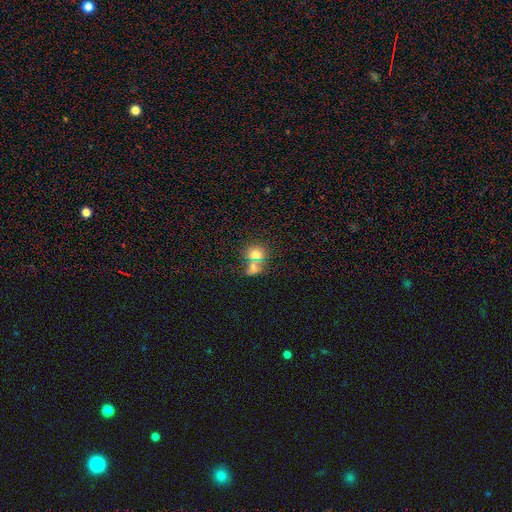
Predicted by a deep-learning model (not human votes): Smooth or featured?
  - smooth: 69% *
  - star or artifact: 16%
  - featured or disk: 14%
How rounded?
  - round: 75% *
  - in between: 23%
  - cigar-shaped: 1%
Merging?
  - none: 46% *
  - merger: 39%
  - minor disturbance: 10%
  - major disturbance: 5%